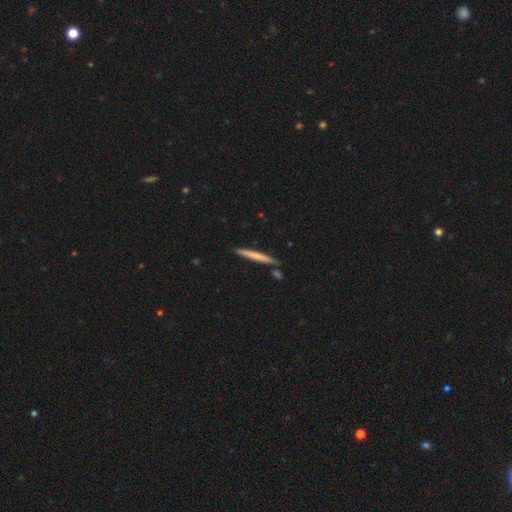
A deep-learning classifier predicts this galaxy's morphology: The model was most divided on "smooth or featured": smooth: 63%, featured or disk: 31%, star or artifact: 5%. More confident: how rounded — cigar-shaped (96%); merging — none (83%).